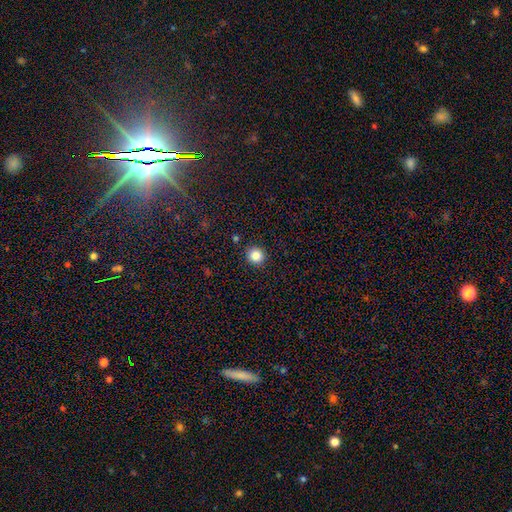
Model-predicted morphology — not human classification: A smooth galaxy with no disk features (85%) that is round (93%). Merging: none (92%).